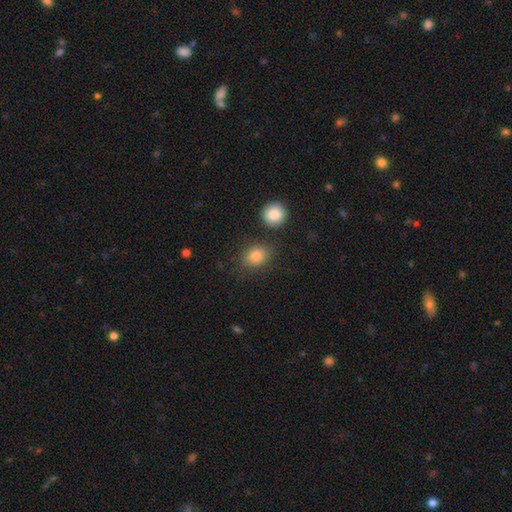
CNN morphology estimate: smooth_or_featured: smooth (p=0.83) [alt: star or artifact p=0.11]
how_rounded: in between (p=0.50) [alt: round p=0.48]
merging: none (p=0.73) [alt: minor disturbance p=0.14]